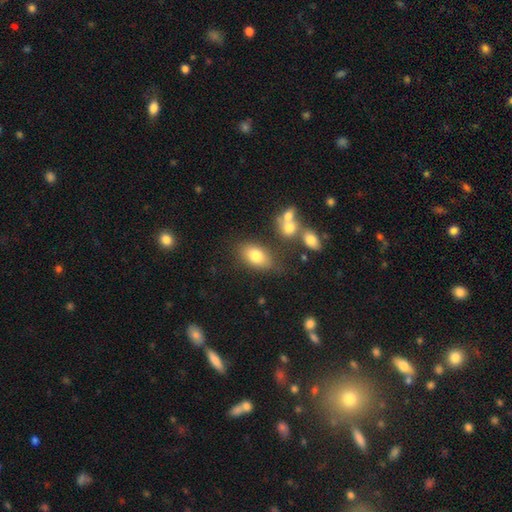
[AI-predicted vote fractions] smooth-or-featured: smooth: 79% | featured or disk: 12% | star or artifact: 9%
  how-rounded: in between: 87% | round: 11% | cigar-shaped: 2%
  merging: none: 70% | minor disturbance: 15% | merger: 9% | major disturbance: 5%